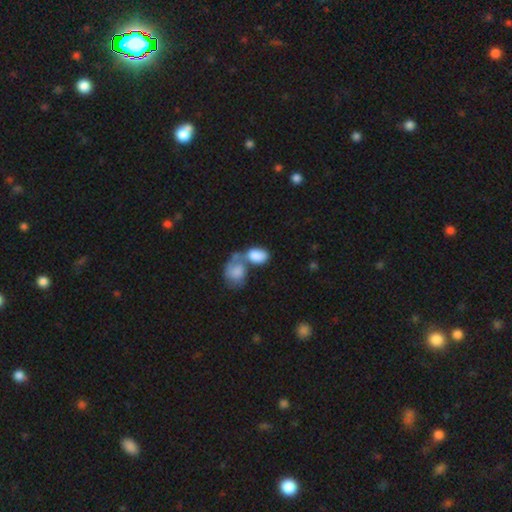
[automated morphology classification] This is clearly a smooth galaxy (80%). How rounded: clearly in between (85%). Merging: likely merger (66%).